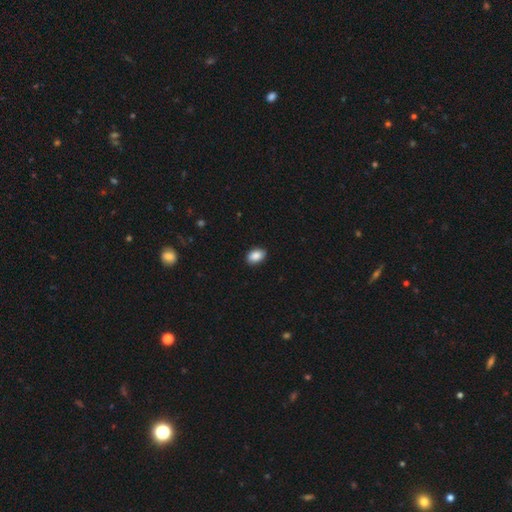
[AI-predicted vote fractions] smooth_or_featured: smooth (p=0.89) [alt: star or artifact p=0.07]
how_rounded: in between (p=0.88) [alt: round p=0.10]
merging: none (p=0.89) [alt: minor disturbance p=0.08]